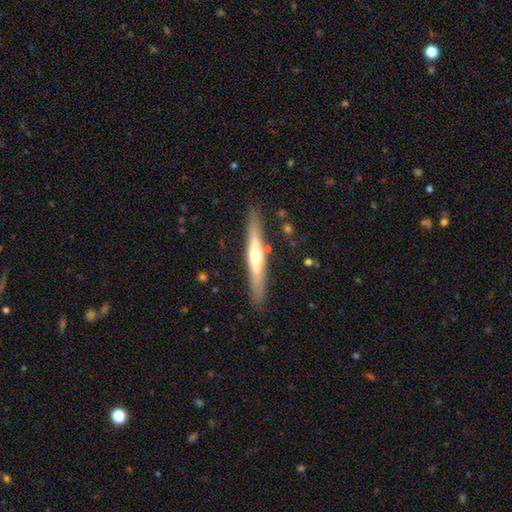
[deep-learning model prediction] Smooth or featured: featured or disk — 60% (smooth — 34%)
Edge-on disk: yes — 92% (no — 8%)
Edge-on bulge: rounded — 82% (none — 14%)
Merging: none — 86% (minor disturbance — 9%)